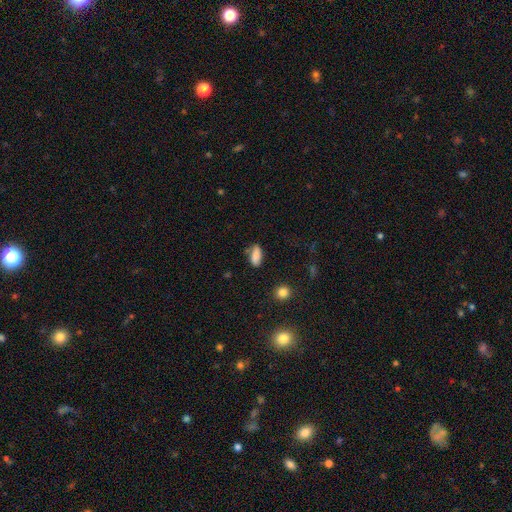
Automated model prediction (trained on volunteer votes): Smooth or featured? smooth (84%)
How rounded? in between (83%)
Merging? none (67%)